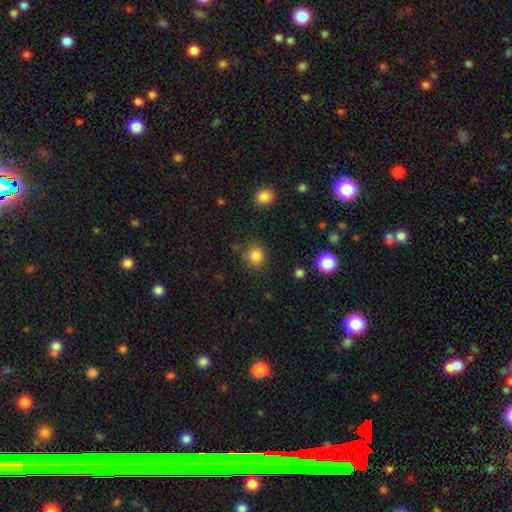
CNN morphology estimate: Smooth or featured? smooth (83%)
How rounded? round (82%)
Merging? none (82%)